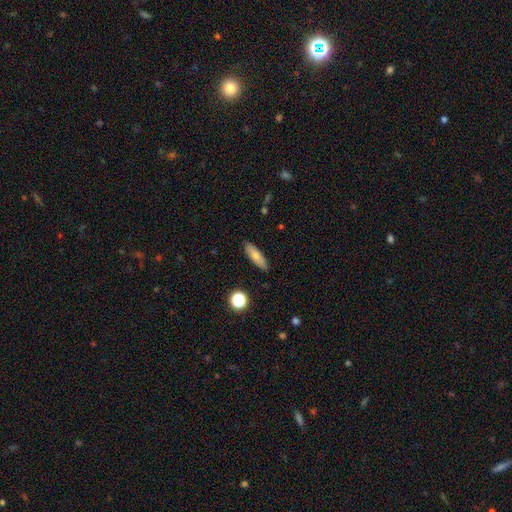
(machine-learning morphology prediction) Smooth or featured?
  - smooth: 71% *
  - featured or disk: 21%
  - star or artifact: 8%
How rounded?
  - cigar-shaped: 53% *
  - in between: 43%
  - round: 3%
Merging?
  - none: 88% *
  - minor disturbance: 9%
  - major disturbance: 2%
  - merger: 1%